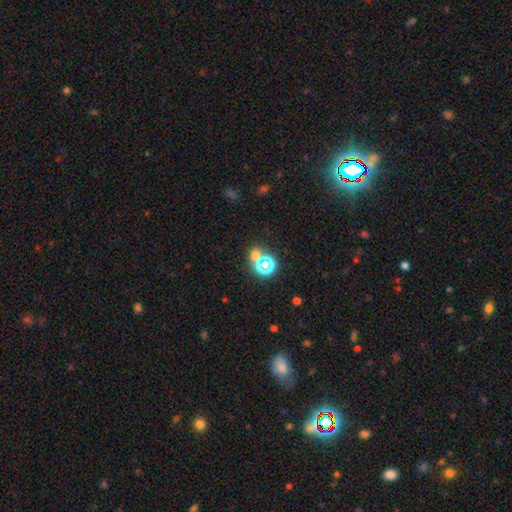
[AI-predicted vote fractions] This is possibly a smooth galaxy (45%, tied with star or artifact). Merging: possibly none (57%).